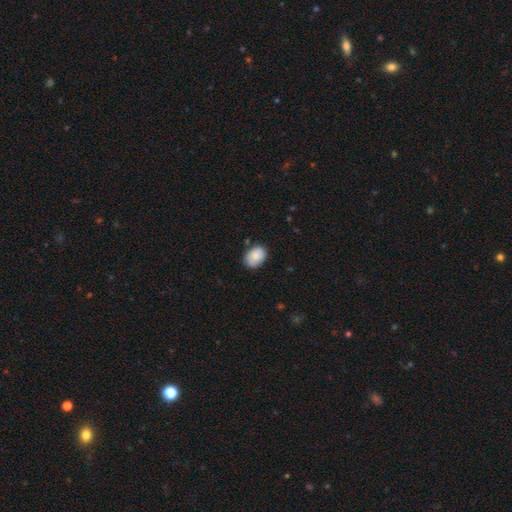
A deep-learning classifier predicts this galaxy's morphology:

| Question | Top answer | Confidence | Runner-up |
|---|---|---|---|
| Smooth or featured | smooth | 84% | featured or disk (9%) |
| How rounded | in between | 76% | round (23%) |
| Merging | none | 75% | minor disturbance (19%) |